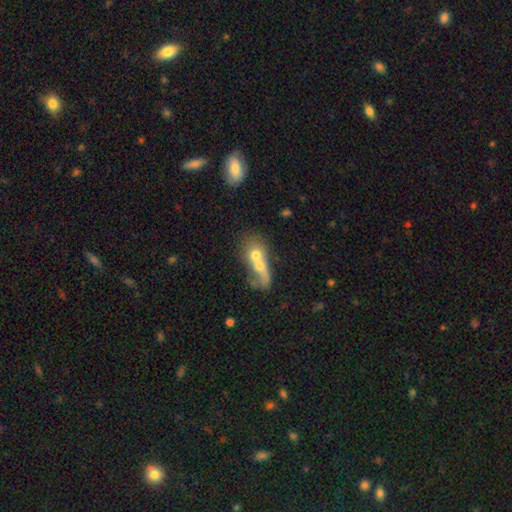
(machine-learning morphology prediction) Smooth or featured? Predicted: smooth (p=0.55). How rounded? Predicted: in between (p=0.49). Merging? Predicted: merger (p=0.75).